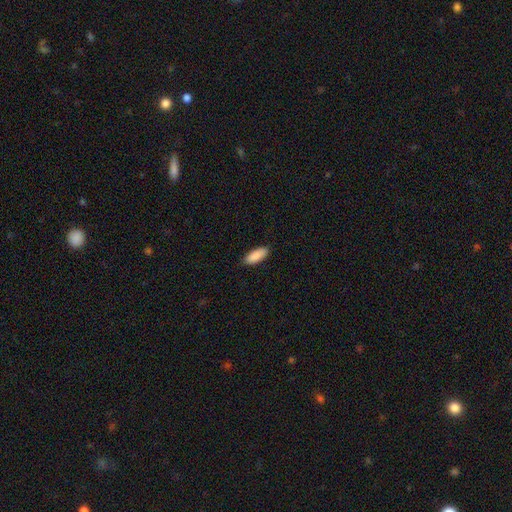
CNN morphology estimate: type=smooth (90%); roundness=in between (77%); merging=none (87%).